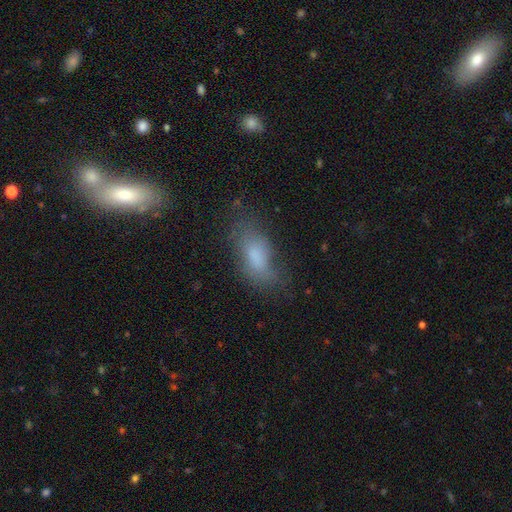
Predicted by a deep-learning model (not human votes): A smooth galaxy with no disk features (72%) that is in between round and cigar-shaped (85%).

Vote fractions:
- Smooth or featured? smooth: 72% / featured or disk: 17% / star or artifact: 11%
- How rounded? in between: 85% / cigar-shaped: 11% / round: 4%
- Merging? none: 55% / minor disturbance: 27% / major disturbance: 14% / merger: 4%